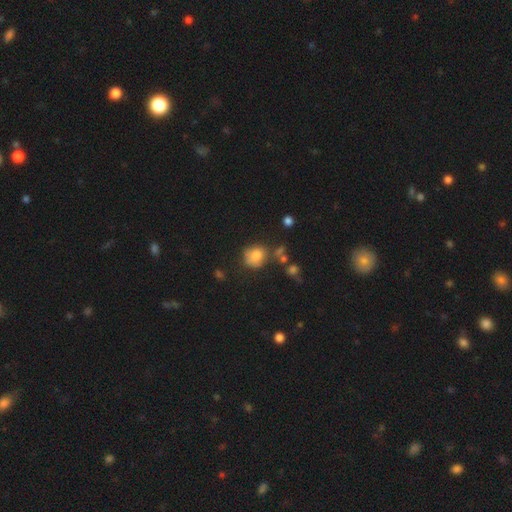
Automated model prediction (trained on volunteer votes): Smooth or featured?
  - smooth: 78% *
  - star or artifact: 11%
  - featured or disk: 11%
How rounded?
  - round: 69% *
  - in between: 30%
  - cigar-shaped: 1%
Merging?
  - none: 55% *
  - minor disturbance: 24%
  - merger: 11%
  - major disturbance: 10%